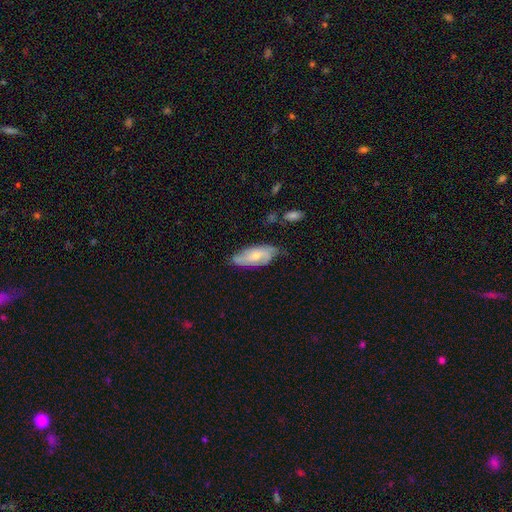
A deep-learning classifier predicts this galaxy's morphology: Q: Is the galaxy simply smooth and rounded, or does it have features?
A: featured or disk — 66%.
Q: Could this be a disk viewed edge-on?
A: no — 91%.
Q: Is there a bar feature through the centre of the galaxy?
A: no — 63%.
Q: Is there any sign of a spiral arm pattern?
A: yes — 90%.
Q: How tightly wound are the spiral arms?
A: tight — 42%, tied with medium.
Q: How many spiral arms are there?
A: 2 — 47%.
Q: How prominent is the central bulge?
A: moderate — 48%.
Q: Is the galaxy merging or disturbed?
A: none — 66%.